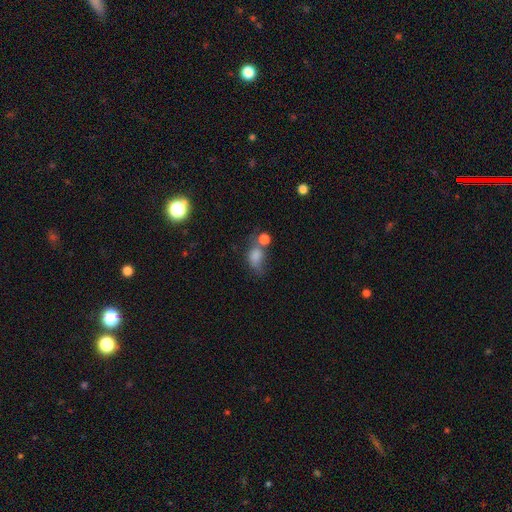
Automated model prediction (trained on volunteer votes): Smooth or featured?
  - smooth: 76% *
  - star or artifact: 12%
  - featured or disk: 12%
How rounded?
  - in between: 69% *
  - round: 29%
  - cigar-shaped: 2%
Merging?
  - merger: 31% *
  - none: 30%
  - minor disturbance: 21%
  - major disturbance: 18%